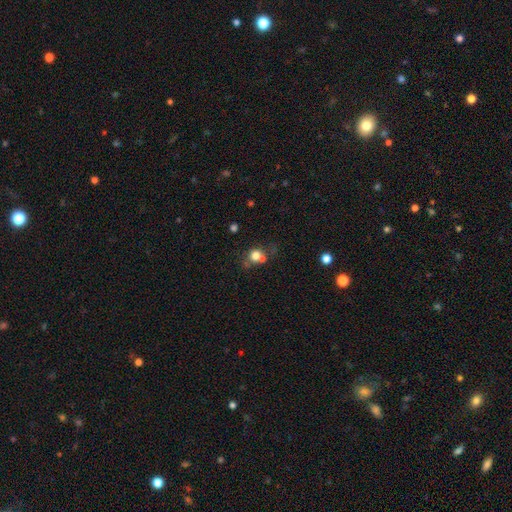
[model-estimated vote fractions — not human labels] This appears to be a smooth galaxy with no disk features (71%) that is round (80%). Merging: none (44%).